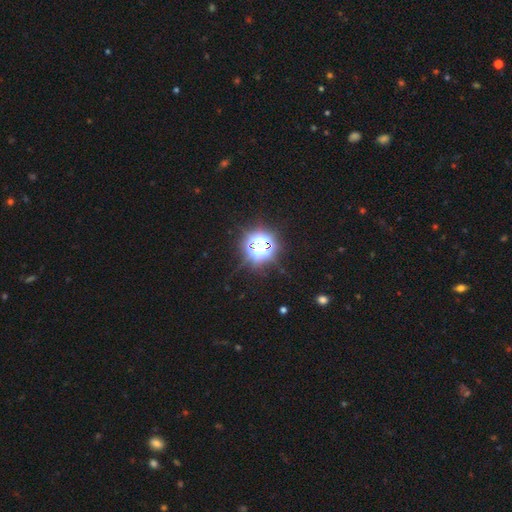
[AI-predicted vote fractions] Smooth or featured?
  - star or artifact: 78% *
  - smooth: 15%
  - featured or disk: 7%